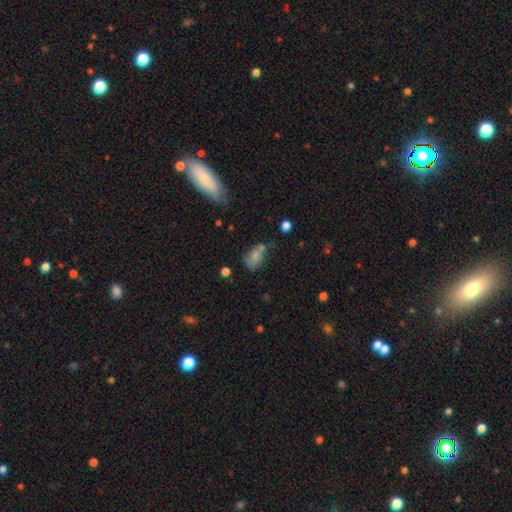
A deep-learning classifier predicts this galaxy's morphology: smooth 70%, featured or disk 19%, star or artifact 12%. Down the decision tree: how rounded — in between (86%); merging — none (38%).